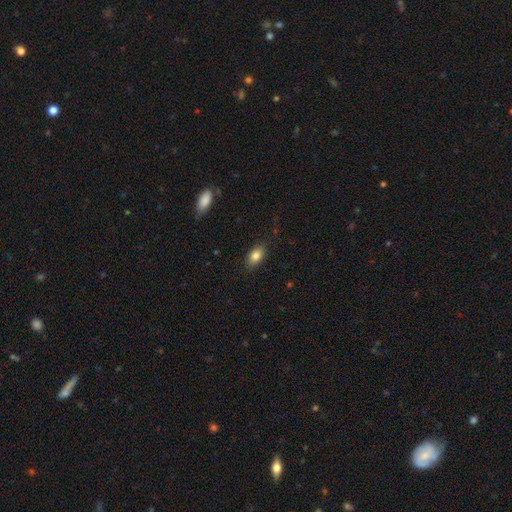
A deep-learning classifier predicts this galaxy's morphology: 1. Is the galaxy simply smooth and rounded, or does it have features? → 83% smooth, 9% featured or disk, 9% star or artifact.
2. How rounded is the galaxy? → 87% in between, 9% round, 4% cigar-shaped.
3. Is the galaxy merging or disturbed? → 82% none, 13% minor disturbance, 3% major disturbance, 1% merger.